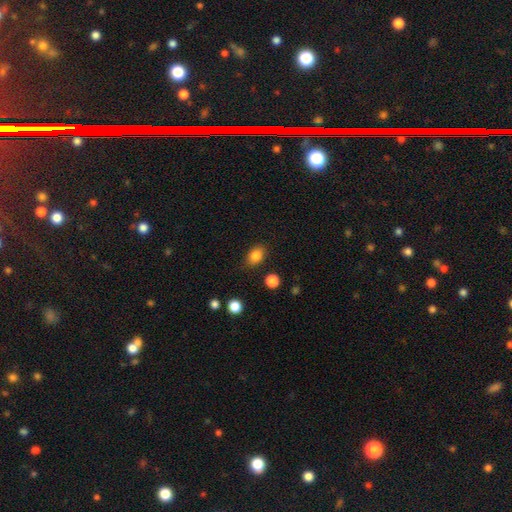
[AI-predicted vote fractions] Smooth or featured?
  - smooth: 84% *
  - star or artifact: 10%
  - featured or disk: 6%
How rounded?
  - in between: 70% *
  - round: 29%
  - cigar-shaped: 1%
Merging?
  - none: 82% *
  - minor disturbance: 12%
  - major disturbance: 3%
  - merger: 2%